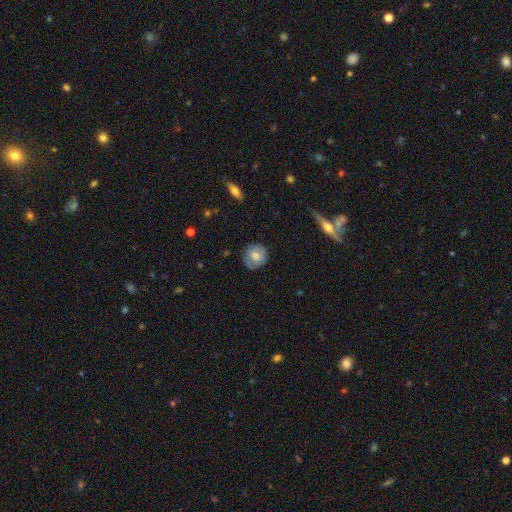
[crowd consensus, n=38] Smooth or featured?
  - smooth: 63% *
  - featured or disk: 32%
  - star or artifact: 5%
How rounded?
  - round: 100% *
  - in between: 0%
  - cigar-shaped: 0%
Merging?
  - none: 86% *
  - minor disturbance: 8%
  - major disturbance: 6%
  - merger: 0%